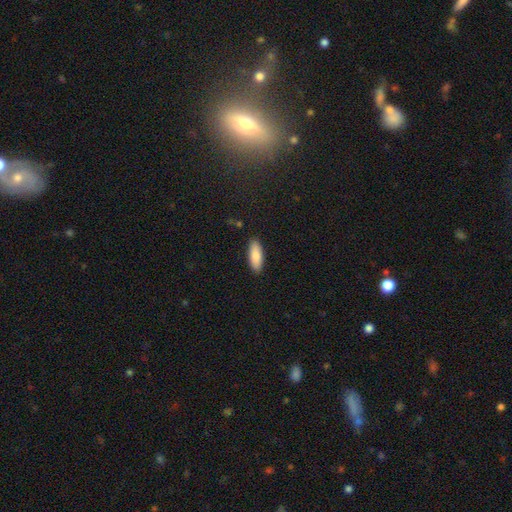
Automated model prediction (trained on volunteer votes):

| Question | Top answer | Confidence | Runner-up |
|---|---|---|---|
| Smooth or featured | smooth | 87% | featured or disk (7%) |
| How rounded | in between | 68% | cigar-shaped (30%) |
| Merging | none | 90% | minor disturbance (7%) |